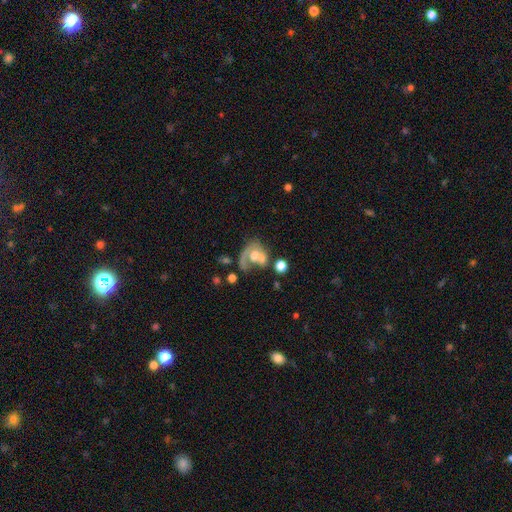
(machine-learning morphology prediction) A featured or disk galaxy (53%) with no bar (75%), spiral arms (55%) and a moderate central bulge (49%). Merging: merger (41%).